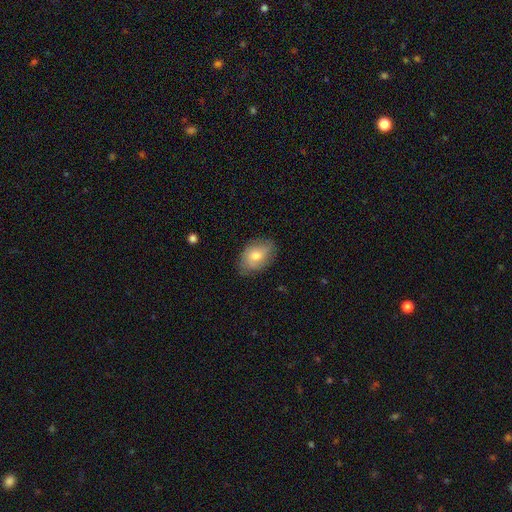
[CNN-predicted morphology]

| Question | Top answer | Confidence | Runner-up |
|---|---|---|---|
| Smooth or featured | smooth | 64% | featured or disk (28%) |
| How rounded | in between | 79% | round (20%) |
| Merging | none | 77% | minor disturbance (18%) |